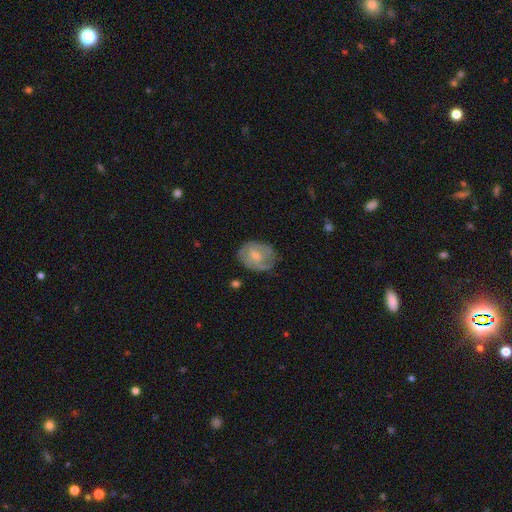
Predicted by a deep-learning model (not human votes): This is possibly a featured or disk galaxy (53%). It is clearly not viewed edge-on (97%). Bar: likely no (62%). Spiral arm pattern: likely yes (64%). Central bulge: possibly small (53%). Merging: likely none (65%).